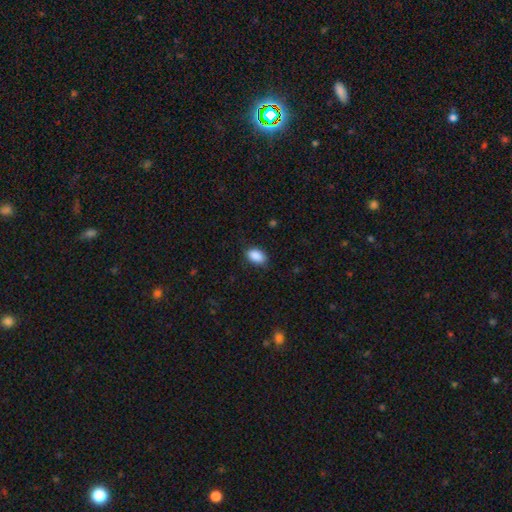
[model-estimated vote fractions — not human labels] Q: Smooth or featured?
A: smooth (90%); runner-up: star or artifact (7%)
Q: How rounded?
A: in between (89%); runner-up: round (9%)
Q: Merging?
A: none (84%); runner-up: minor disturbance (12%)